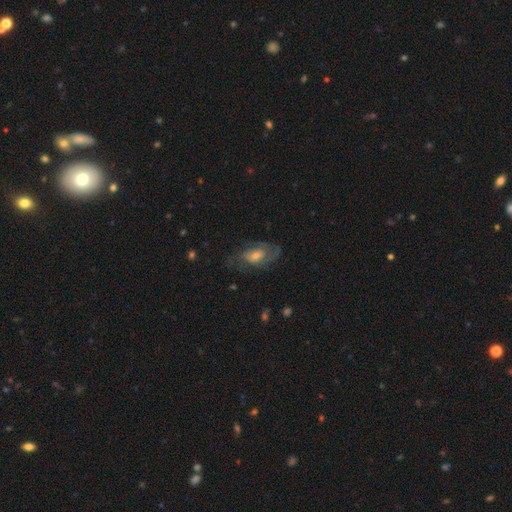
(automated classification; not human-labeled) Q: Smooth or featured?
A: featured or disk (69%); runner-up: smooth (21%)
Q: Edge-on disk?
A: no (94%); runner-up: yes (6%)
Q: Bar?
A: no (57%); runner-up: weak (36%)
Q: Spiral arms?
A: yes (86%); runner-up: no (14%)
Q: Spiral winding?
A: medium (45%); runner-up: tight (39%)
Q: Spiral arm count?
A: 2 (42%); runner-up: can't tell (34%)
Q: Bulge size?
A: moderate (49%); runner-up: small (34%)
Q: Merging?
A: none (66%); runner-up: minor disturbance (19%)